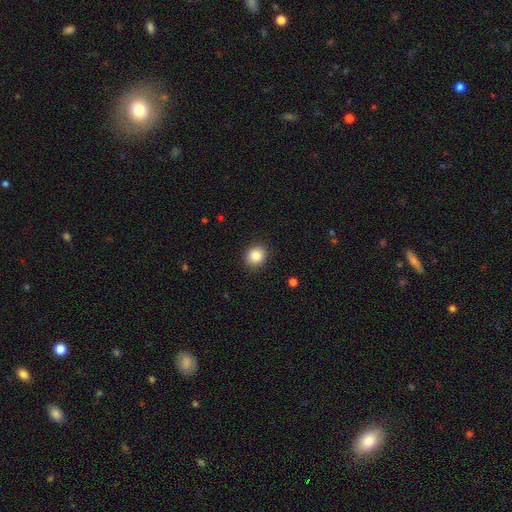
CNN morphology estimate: Smooth or featured?
  - smooth: 86% *
  - star or artifact: 9%
  - featured or disk: 5%
How rounded?
  - round: 75% *
  - in between: 24%
  - cigar-shaped: 1%
Merging?
  - none: 90% *
  - minor disturbance: 7%
  - major disturbance: 2%
  - merger: 1%